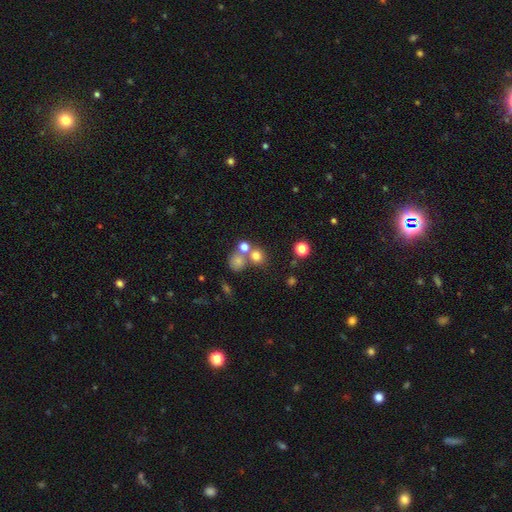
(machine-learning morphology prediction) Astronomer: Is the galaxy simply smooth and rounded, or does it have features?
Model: smooth — 72%.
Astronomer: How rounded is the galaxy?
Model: round — 83%.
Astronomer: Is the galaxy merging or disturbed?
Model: none — 57%.